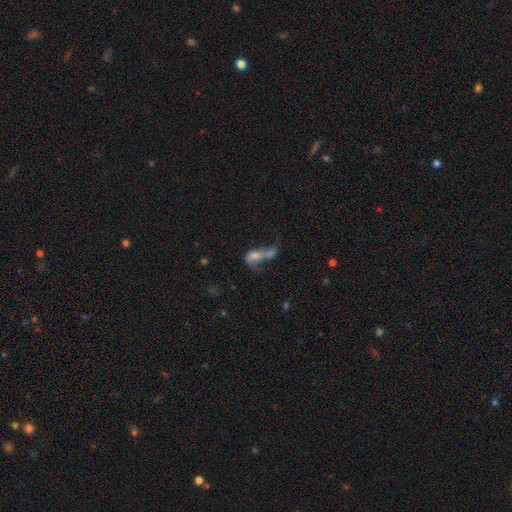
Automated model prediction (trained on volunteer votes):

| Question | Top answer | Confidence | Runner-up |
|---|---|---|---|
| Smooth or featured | featured or disk | 50% | smooth (34%) |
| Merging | merger | 42% | major disturbance (27%) |